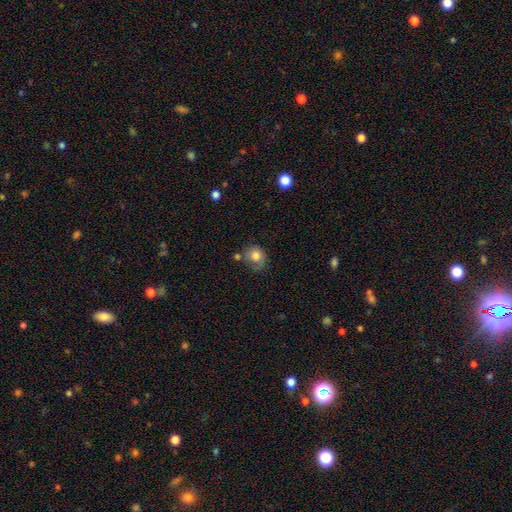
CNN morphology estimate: smooth_or_featured: smooth (p=0.77) [alt: featured or disk p=0.14]
how_rounded: round (p=0.67) [alt: in between p=0.33]
merging: none (p=0.52) [alt: minor disturbance p=0.27]